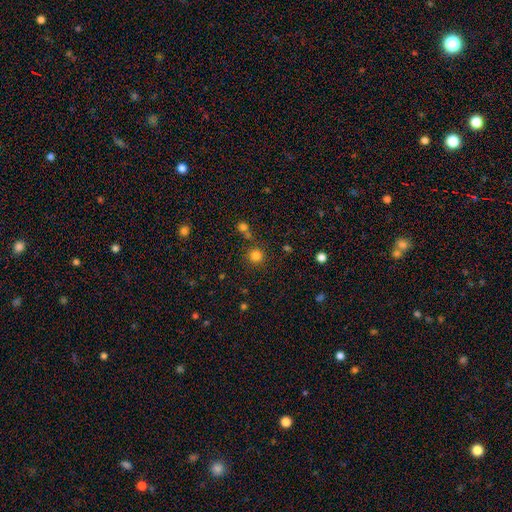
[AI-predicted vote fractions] A smooth galaxy with no disk features (80%) that is round (94%).

Vote fractions:
- Smooth or featured? smooth: 80% / star or artifact: 15% / featured or disk: 5%
- How rounded? round: 94% / in between: 5% / cigar-shaped: 1%
- Merging? none: 80% / merger: 8% / minor disturbance: 8% / major disturbance: 4%